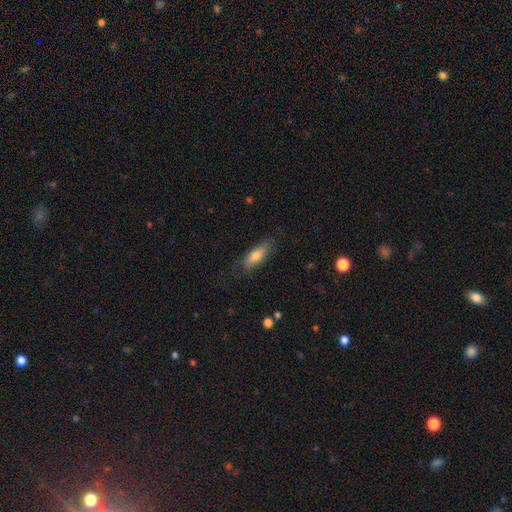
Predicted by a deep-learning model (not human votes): A smooth galaxy with no disk features (75%) that is in between round and cigar-shaped (63%). Merging: none (76%).